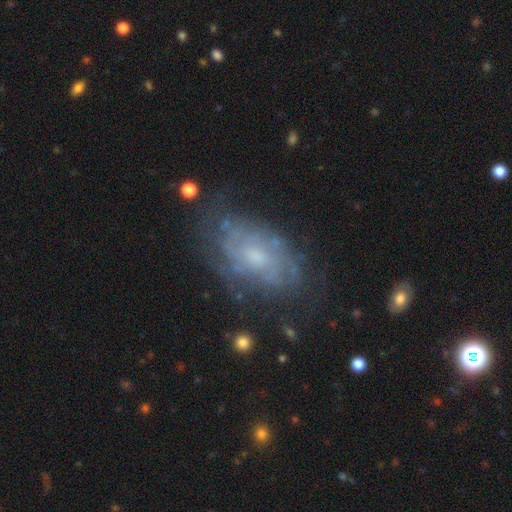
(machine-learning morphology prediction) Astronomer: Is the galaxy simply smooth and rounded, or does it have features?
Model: featured or disk — 70%.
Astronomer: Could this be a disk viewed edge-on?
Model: no — 94%.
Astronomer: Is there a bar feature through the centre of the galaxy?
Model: no — 69%.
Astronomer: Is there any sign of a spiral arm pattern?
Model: yes — 78%.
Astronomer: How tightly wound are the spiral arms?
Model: tight — 60%.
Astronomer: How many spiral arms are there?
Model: can't tell — 62%.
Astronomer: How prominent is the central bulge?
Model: small — 49% (runner-up: moderate, 38%).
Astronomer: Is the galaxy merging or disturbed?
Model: none — 70%.